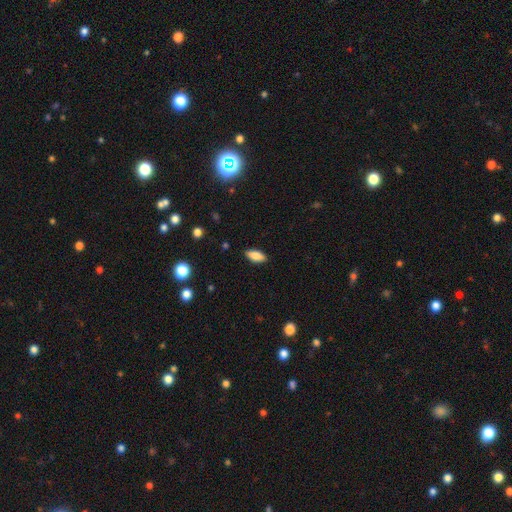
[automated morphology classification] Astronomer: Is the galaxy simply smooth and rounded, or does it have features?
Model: smooth — 84%.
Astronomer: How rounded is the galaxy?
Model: in between — 84%.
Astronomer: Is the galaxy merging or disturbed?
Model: none — 88%.